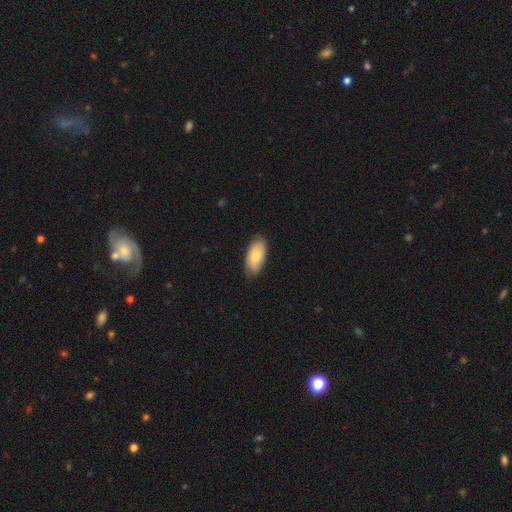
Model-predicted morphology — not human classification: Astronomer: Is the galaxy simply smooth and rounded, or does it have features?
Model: smooth — 77%.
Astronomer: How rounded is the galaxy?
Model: in between — 92%.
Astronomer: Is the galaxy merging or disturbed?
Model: none — 82%.